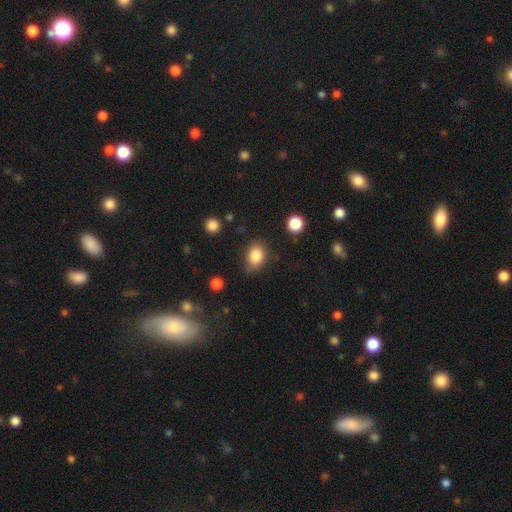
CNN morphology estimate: smooth-or-featured: smooth: 84% | star or artifact: 9% | featured or disk: 7%
  how-rounded: in between: 70% | round: 29% | cigar-shaped: 1%
  merging: none: 75% | minor disturbance: 18% | major disturbance: 5% | merger: 2%